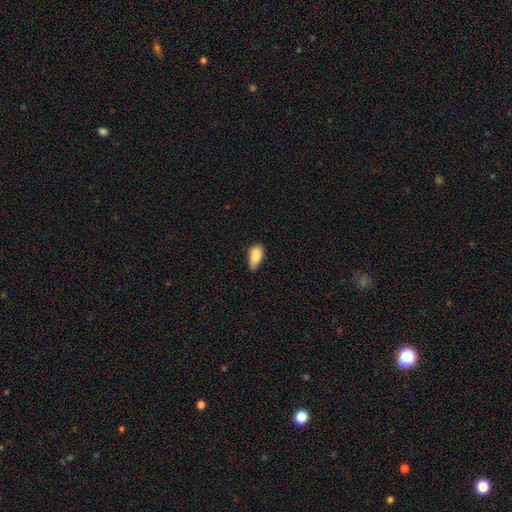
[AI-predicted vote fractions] smooth_or_featured: smooth (p=0.86) [alt: featured or disk p=0.07]
how_rounded: in between (p=0.84) [alt: cigar-shaped p=0.13]
merging: none (p=0.60) [alt: minor disturbance p=0.32]